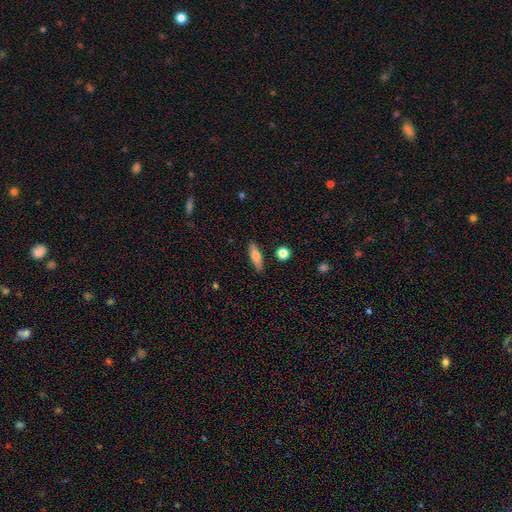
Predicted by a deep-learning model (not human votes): A smooth galaxy with no disk features (69%) that is cigar-shaped (63%).

Vote fractions:
- Smooth or featured? smooth: 69% / featured or disk: 24% / star or artifact: 7%
- How rounded? cigar-shaped: 63% / in between: 34% / round: 3%
- Merging? none: 86% / minor disturbance: 9% / merger: 2% / major disturbance: 2%